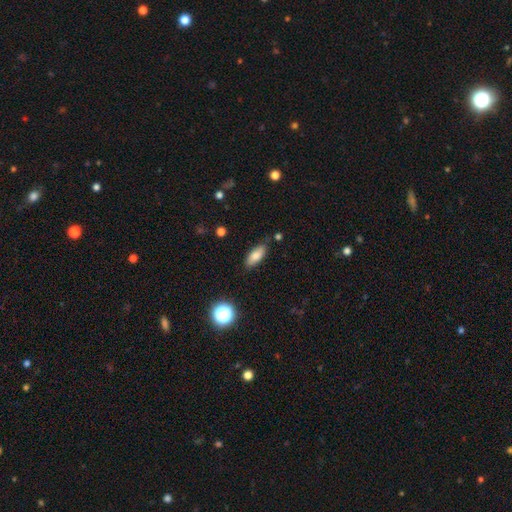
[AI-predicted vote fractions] Overall: smooth (79%). How rounded: in between (79%). Merging: none (81%).